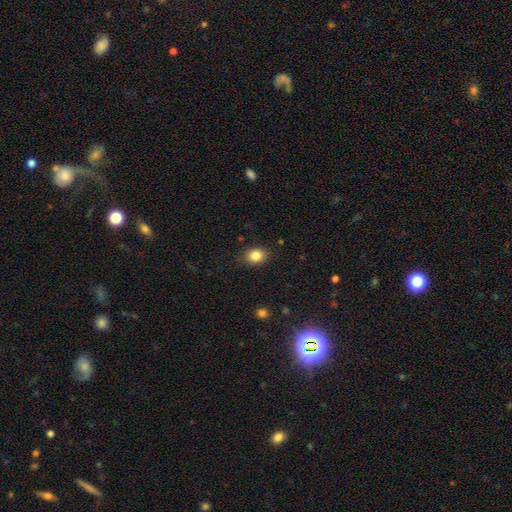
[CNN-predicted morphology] The model was most divided on "how rounded": in between: 59%, round: 40%, cigar-shaped: 1%. More confident: smooth or featured — smooth (84%); merging — none (83%).